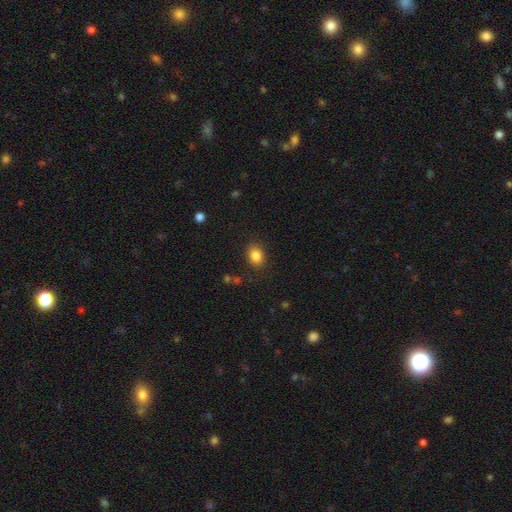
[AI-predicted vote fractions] Morphology: type=smooth (85%); roundness=in between (61%); merging=none (84%).